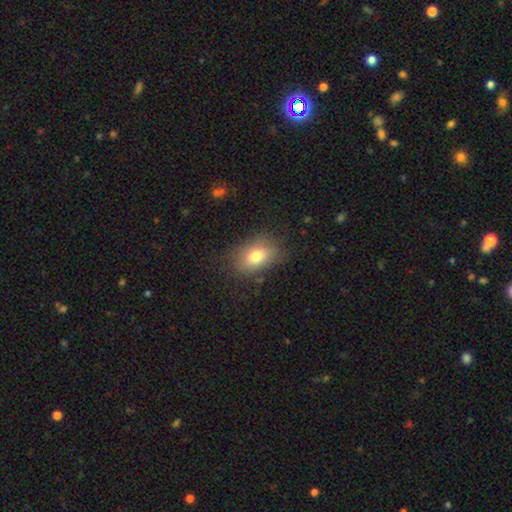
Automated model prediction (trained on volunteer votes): smooth 77%, featured or disk 13%, star or artifact 10%. Down the decision tree: how rounded — in between (80%); merging — none (79%).